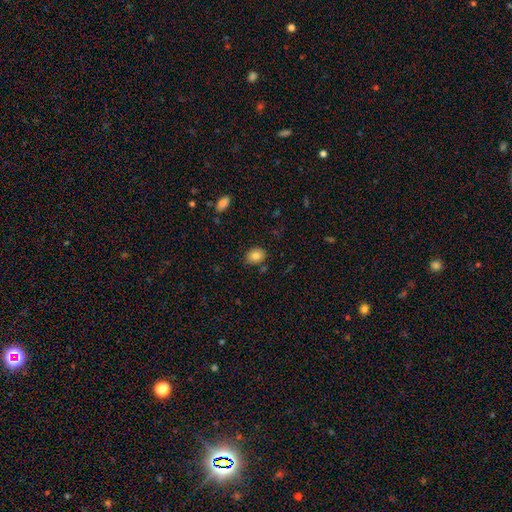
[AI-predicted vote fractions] smooth 82%, star or artifact 9%, featured or disk 9%. Down the decision tree: how rounded — in between (62%); merging — none (80%).